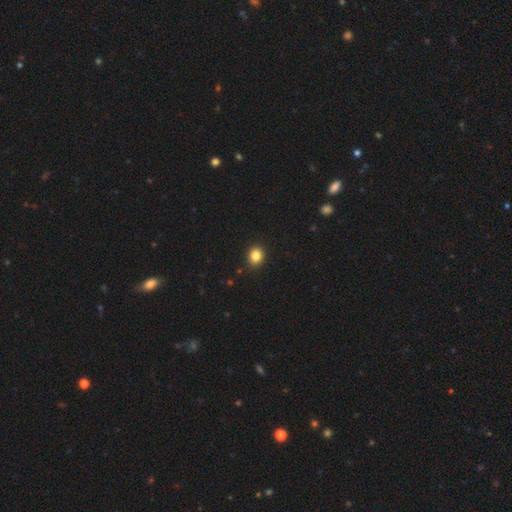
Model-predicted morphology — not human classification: This is clearly a smooth galaxy (85%). How rounded: likely round (63%). Merging: clearly none (91%).